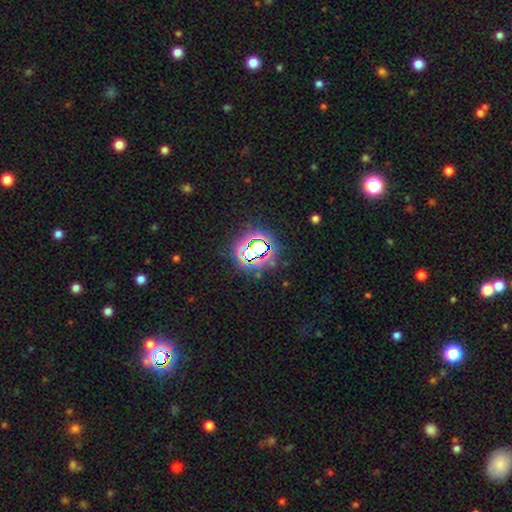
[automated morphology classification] Smooth or featured? Predicted: star or artifact (p=0.77).